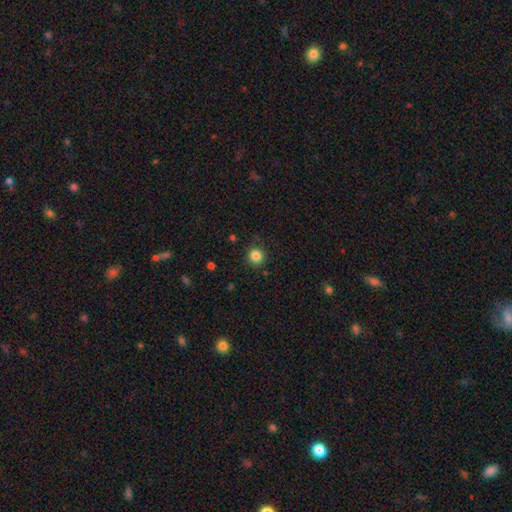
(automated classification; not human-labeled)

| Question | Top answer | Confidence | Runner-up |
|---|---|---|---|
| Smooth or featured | smooth | 85% | star or artifact (11%) |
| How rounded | round | 92% | in between (7%) |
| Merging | none | 87% | minor disturbance (9%) |